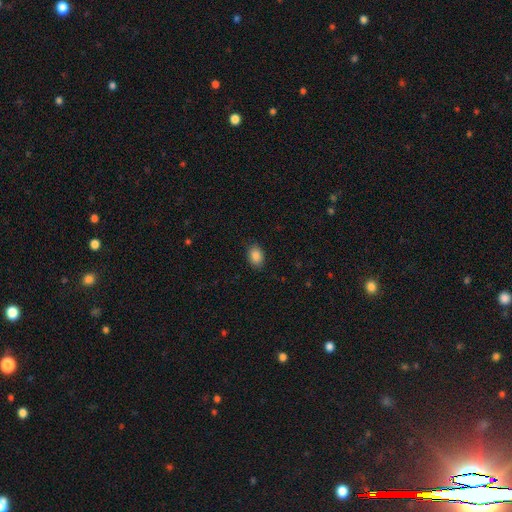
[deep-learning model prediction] A smooth galaxy with no disk features (88%) that is in between round and cigar-shaped (80%).

Vote fractions:
- Smooth or featured? smooth: 88% / star or artifact: 8% / featured or disk: 4%
- How rounded? in between: 80% / round: 19% / cigar-shaped: 1%
- Merging? none: 86% / minor disturbance: 10% / major disturbance: 3% / merger: 1%